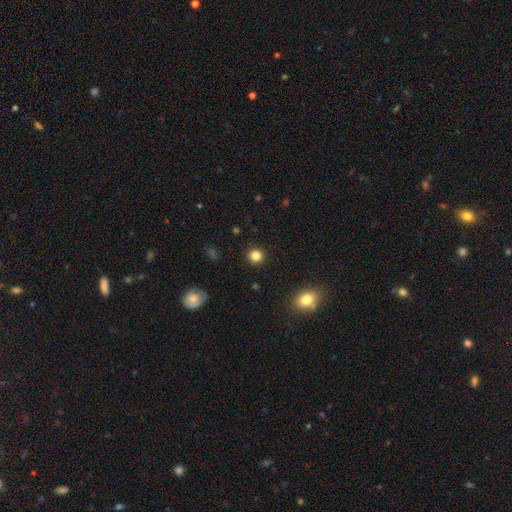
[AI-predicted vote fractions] This appears to be a smooth galaxy with no disk features (83%) that is round (93%). Merging: none (92%).